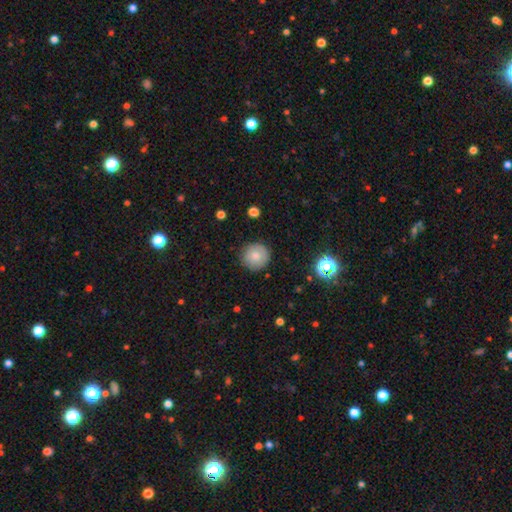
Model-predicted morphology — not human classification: Overall: smooth (81%). How rounded: round (95%). Merging: none (89%).